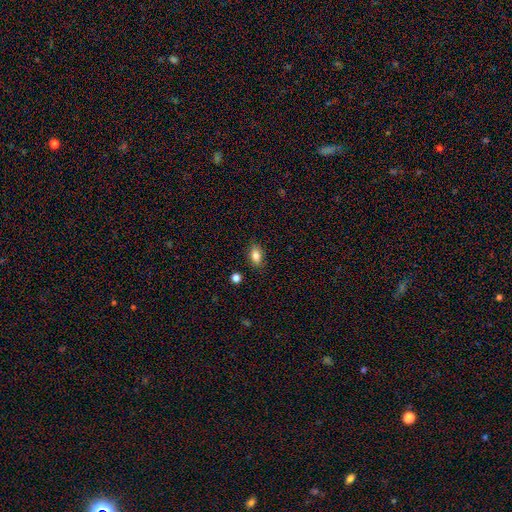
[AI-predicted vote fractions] Smooth or featured? Predicted: smooth (p=0.83). How rounded? Predicted: in between (p=0.85). Merging? Predicted: none (p=0.85).